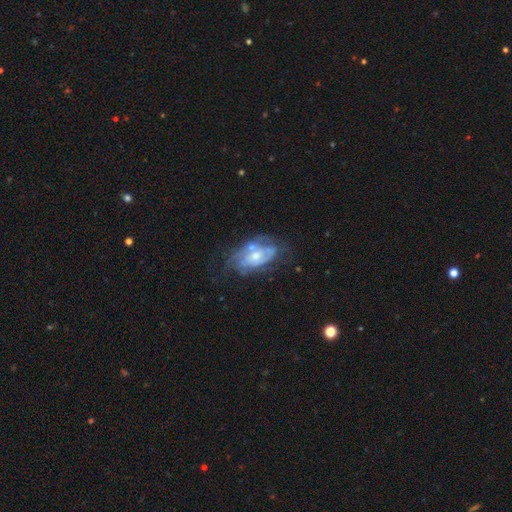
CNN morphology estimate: Smooth or featured? featured or disk (74%)
Edge-on disk? no (95%)
Bar? no (69%)
Spiral arms? yes (76%)
Spiral winding? tight (55%)
Spiral arm count? can't tell (49%)
Bulge size? moderate (46%)
Merging? none (48%)